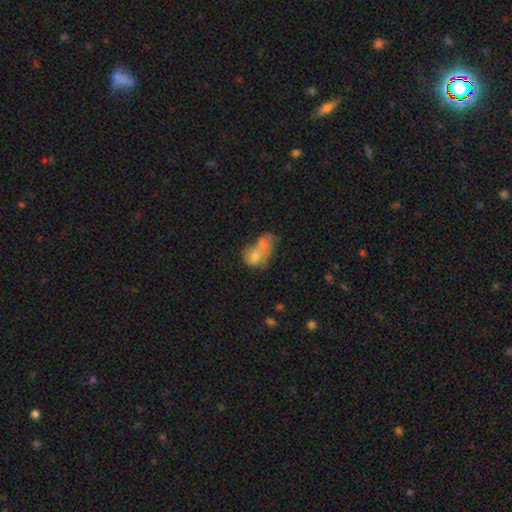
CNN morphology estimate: Smooth or featured?
  - smooth: 65% *
  - featured or disk: 24%
  - star or artifact: 11%
How rounded?
  - in between: 68% *
  - round: 29%
  - cigar-shaped: 2%
Merging?
  - merger: 65% *
  - none: 15%
  - major disturbance: 10%
  - minor disturbance: 10%